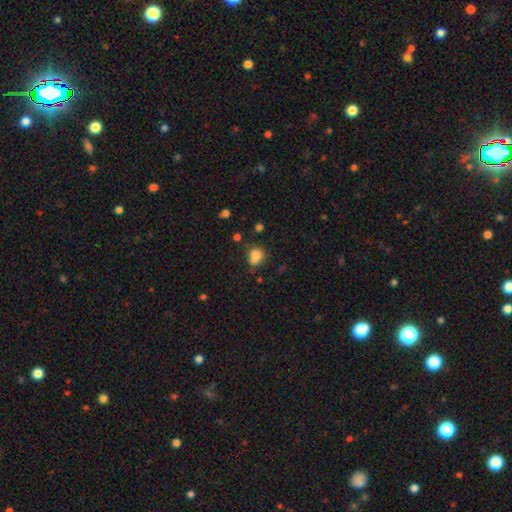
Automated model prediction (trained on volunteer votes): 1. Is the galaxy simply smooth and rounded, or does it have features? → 77% smooth, 13% star or artifact, 9% featured or disk.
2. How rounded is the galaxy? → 63% round, 36% in between, 1% cigar-shaped.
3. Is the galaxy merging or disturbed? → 45% none, 23% merger, 23% minor disturbance, 10% major disturbance.